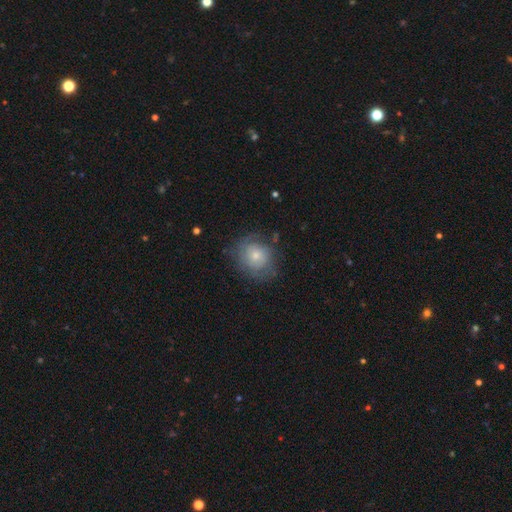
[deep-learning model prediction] This is likely a smooth galaxy (61%). How rounded: likely round (75%). Merging: likely none (68%).